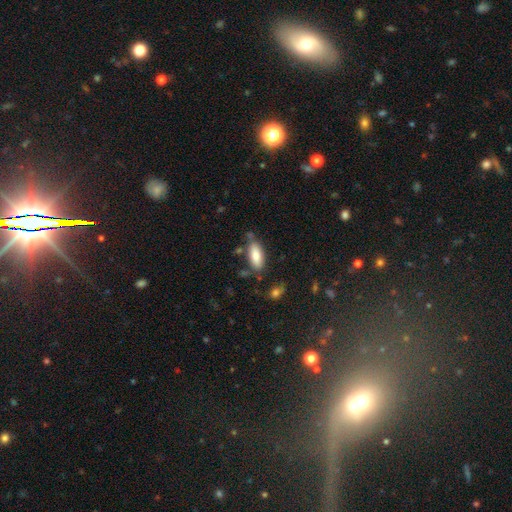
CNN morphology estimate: smooth 82%, featured or disk 12%, star or artifact 7%. Down the decision tree: how rounded — in between (81%); merging — none (70%).